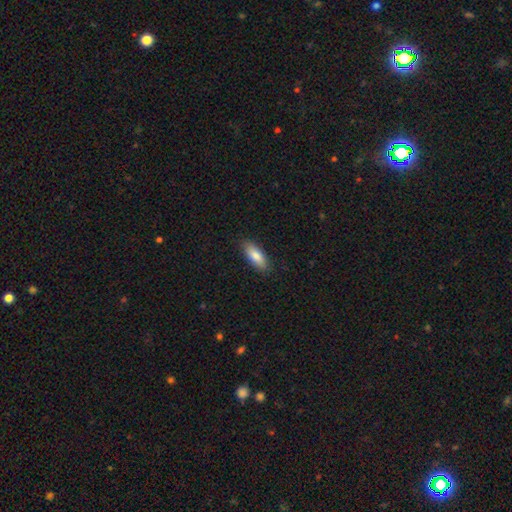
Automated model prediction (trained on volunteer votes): This appears to be a smooth galaxy with no disk features (83%) that is in between round and cigar-shaped (73%). Merging: none (87%).